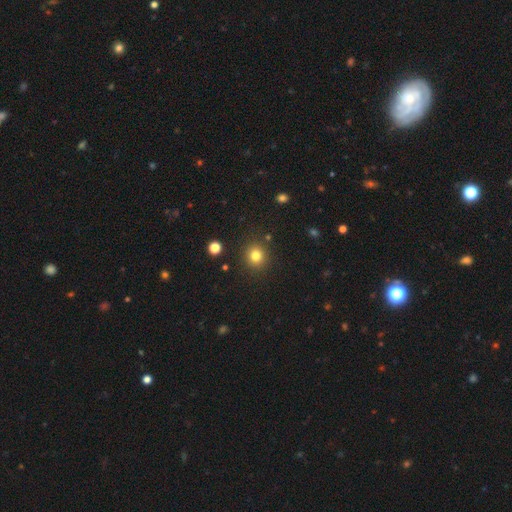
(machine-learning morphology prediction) Smooth or featured: smooth — 80% (star or artifact — 14%)
How rounded: round — 89% (in between — 10%)
Merging: none — 88% (minor disturbance — 7%)